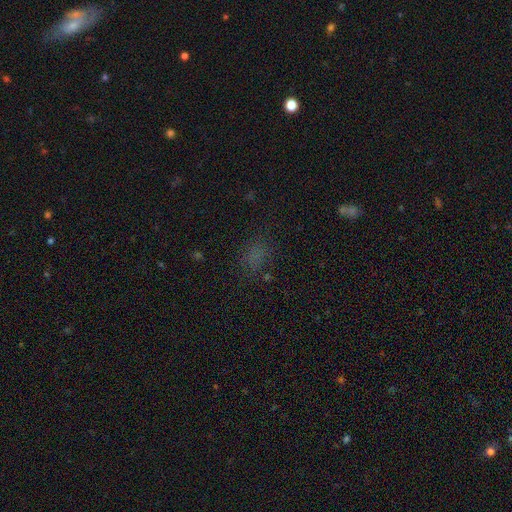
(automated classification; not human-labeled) smooth 63%, star or artifact 28%, featured or disk 9%. Down the decision tree: how rounded — in between (66%); merging — none (71%).